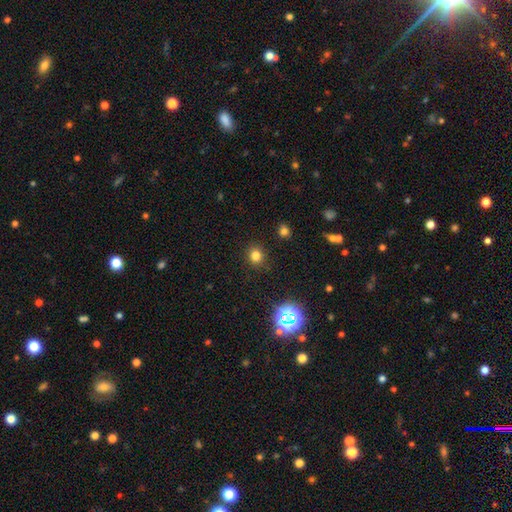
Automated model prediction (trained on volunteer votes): smooth 77%, star or artifact 18%, featured or disk 5%. Down the decision tree: how rounded — round (84%); merging — none (88%).